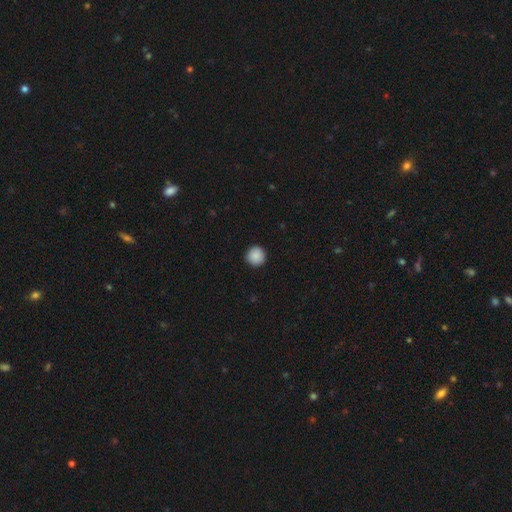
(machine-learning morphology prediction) type=smooth (89%); roundness=round (95%); merging=none (92%).